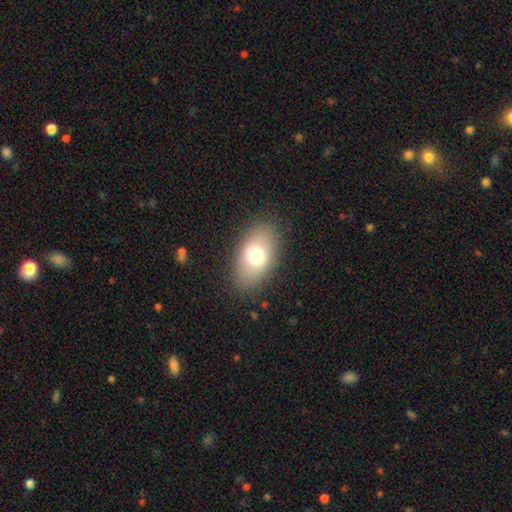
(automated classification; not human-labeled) Smooth or featured?
  - smooth: 72% *
  - featured or disk: 19%
  - star or artifact: 9%
How rounded?
  - in between: 90% *
  - round: 8%
  - cigar-shaped: 2%
Merging?
  - none: 85% *
  - minor disturbance: 10%
  - major disturbance: 4%
  - merger: 1%